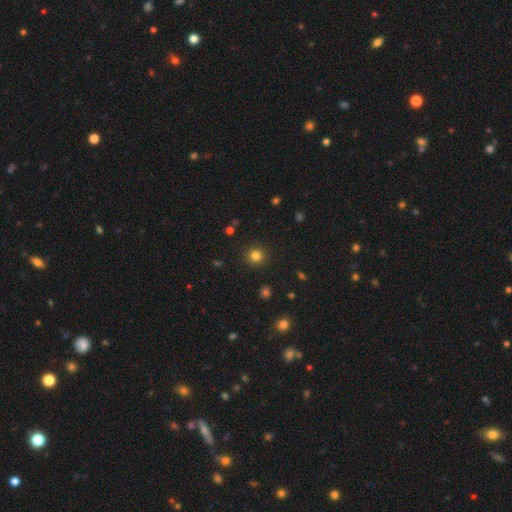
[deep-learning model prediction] Smooth or featured? Predicted: smooth (p=0.81). How rounded? Predicted: round (p=0.94). Merging? Predicted: none (p=0.91).